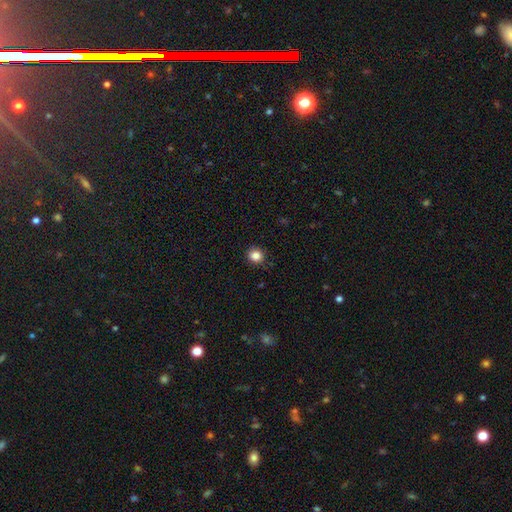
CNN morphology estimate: Smooth or featured? Predicted: smooth (p=0.85). How rounded? Predicted: round (p=0.85). Merging? Predicted: none (p=0.90).